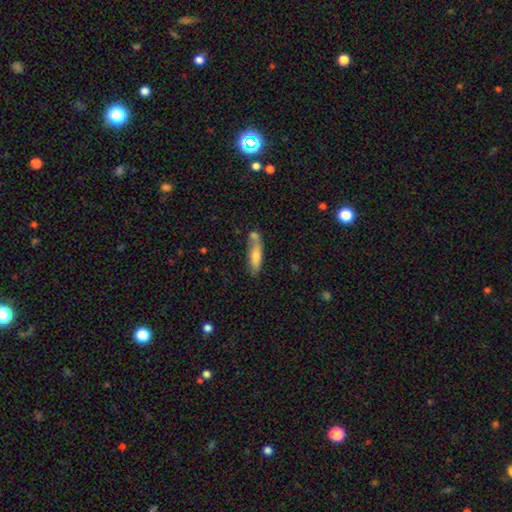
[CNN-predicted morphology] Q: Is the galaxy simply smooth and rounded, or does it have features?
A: smooth — 70%.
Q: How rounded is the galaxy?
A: cigar-shaped — 65%.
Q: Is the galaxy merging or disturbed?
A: none — 56%.